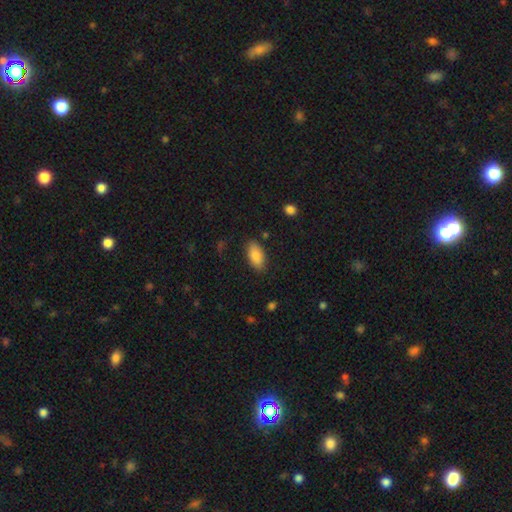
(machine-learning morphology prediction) smooth-or-featured: smooth: 86% | featured or disk: 7% | star or artifact: 7%
  how-rounded: in between: 92% | cigar-shaped: 6% | round: 3%
  merging: none: 84% | minor disturbance: 11% | major disturbance: 3% | merger: 2%